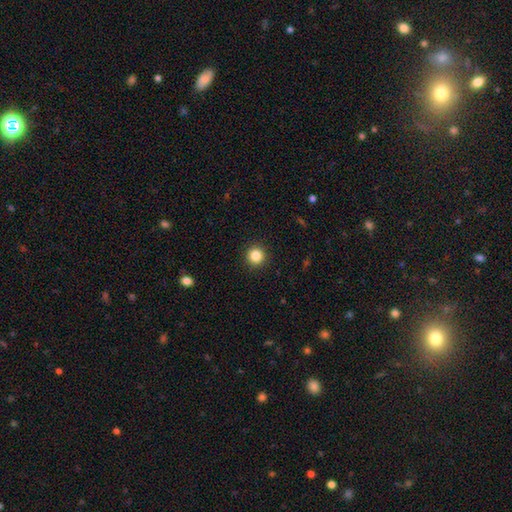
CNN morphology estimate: Smooth or featured: smooth — 85% (star or artifact — 11%)
How rounded: round — 95% (in between — 4%)
Merging: none — 93% (minor disturbance — 5%)